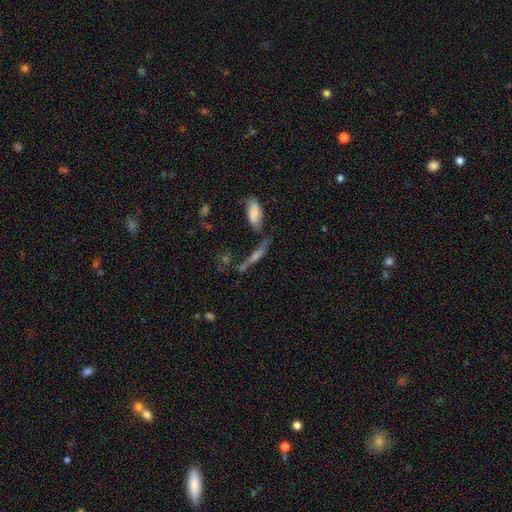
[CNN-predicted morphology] Smooth or featured? Predicted: featured or disk (p=0.60). Edge-on disk? Predicted: yes (p=0.91). Edge-on bulge? Predicted: rounded (p=0.77). Merging? Predicted: none (p=0.65).